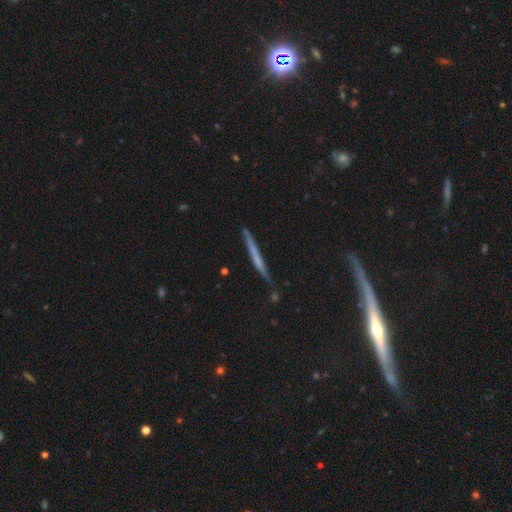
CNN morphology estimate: smooth-or-featured: featured or disk: 51% | smooth: 42% | star or artifact: 8%
  disk-edge-on: yes: 94% | no: 6%
  merging: none: 81% | minor disturbance: 14% | major disturbance: 3% | merger: 3%